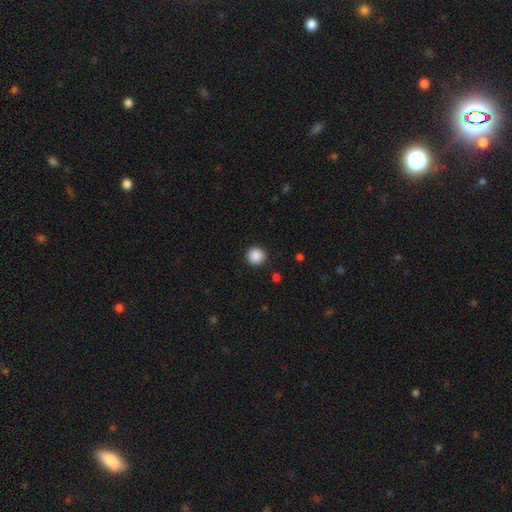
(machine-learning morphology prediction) smooth 88%, star or artifact 9%, featured or disk 2%. Down the decision tree: how rounded — round (95%); merging — none (92%).